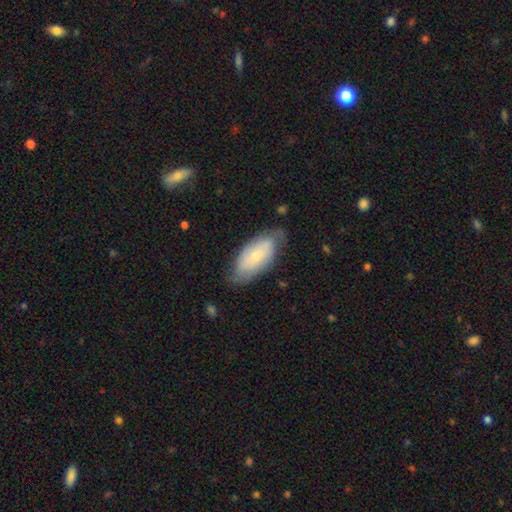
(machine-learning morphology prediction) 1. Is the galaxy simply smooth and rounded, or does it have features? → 52% smooth, 42% featured or disk, 6% star or artifact.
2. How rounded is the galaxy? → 90% in between, 7% cigar-shaped, 3% round.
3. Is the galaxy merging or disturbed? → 66% none, 26% minor disturbance, 7% major disturbance, 2% merger.